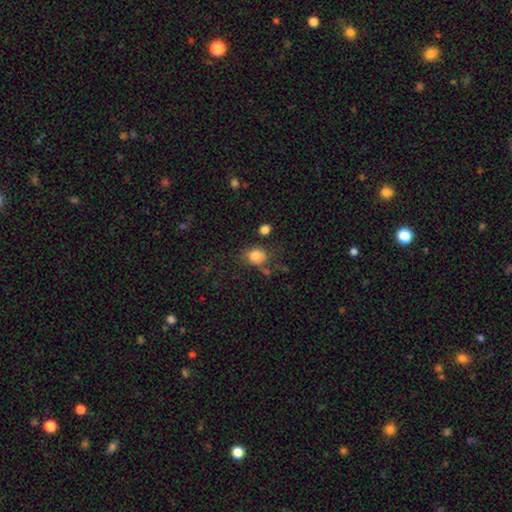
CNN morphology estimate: Overall: smooth (79%). How rounded: round (57%; in between 42%). Merging: none (52%; minor disturbance 25%).